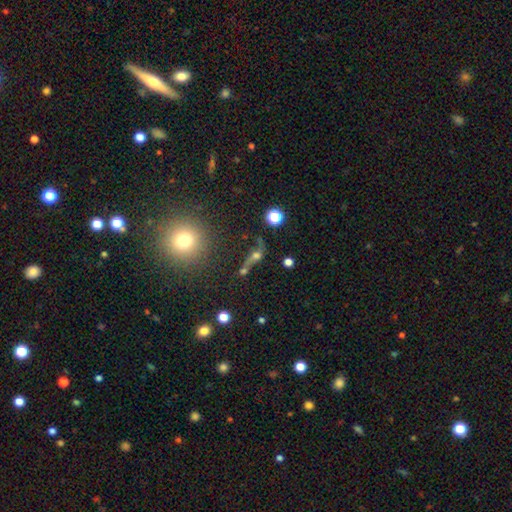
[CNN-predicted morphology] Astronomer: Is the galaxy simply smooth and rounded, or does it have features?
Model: featured or disk — 48% (runner-up: smooth, 31%).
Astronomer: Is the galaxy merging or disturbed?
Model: none — 47%.